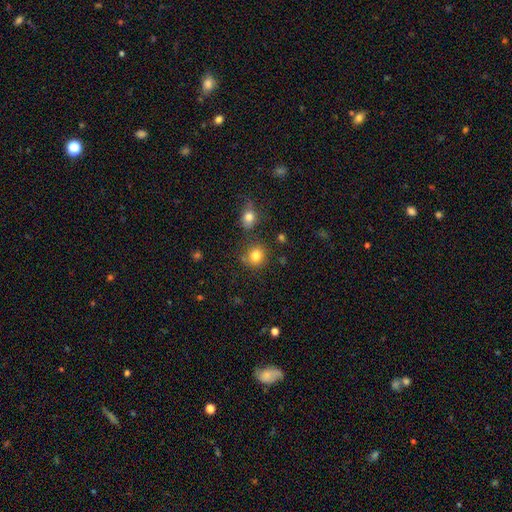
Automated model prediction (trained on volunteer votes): smooth 82%, star or artifact 12%, featured or disk 6%. Down the decision tree: how rounded — round (82%); merging — none (75%).